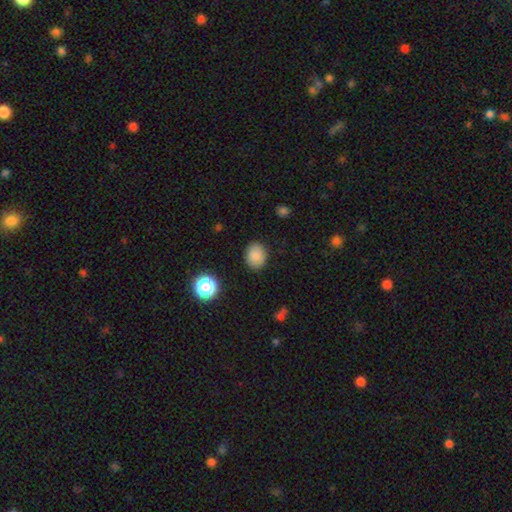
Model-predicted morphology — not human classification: Smooth or featured: smooth — 86% (star or artifact — 10%)
How rounded: round — 52% (in between — 47%)
Merging: none — 86% (minor disturbance — 10%)